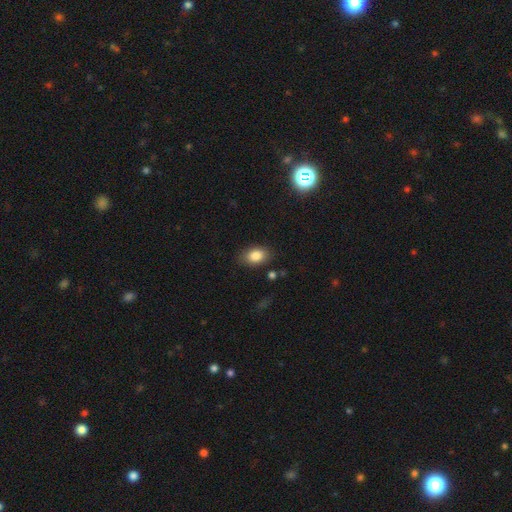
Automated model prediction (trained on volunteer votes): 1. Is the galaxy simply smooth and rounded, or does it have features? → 84% smooth, 8% star or artifact, 8% featured or disk.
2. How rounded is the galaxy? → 84% in between, 14% round, 1% cigar-shaped.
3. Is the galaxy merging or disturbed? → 82% none, 13% minor disturbance, 3% major disturbance, 2% merger.